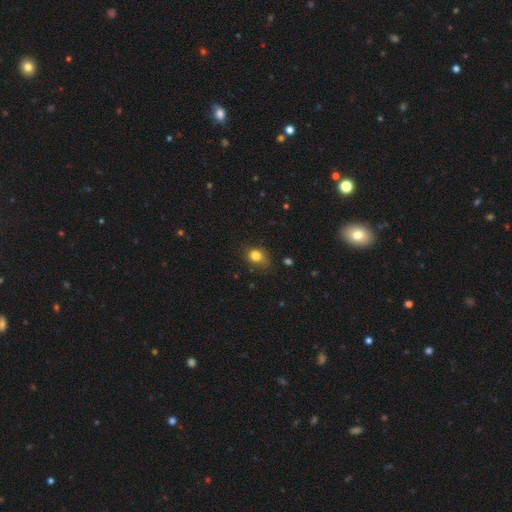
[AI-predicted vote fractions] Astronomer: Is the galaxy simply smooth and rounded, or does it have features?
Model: smooth — 81%.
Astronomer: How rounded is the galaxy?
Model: in between — 53% (runner-up: round, 45%).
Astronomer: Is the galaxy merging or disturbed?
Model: none — 62%.